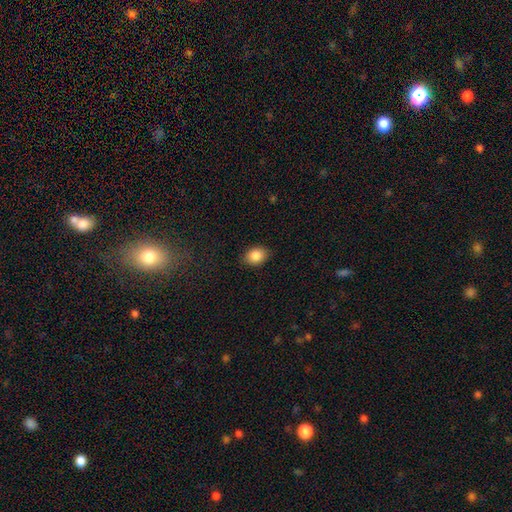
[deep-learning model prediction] A smooth galaxy with no disk features (86%) that is in between round and cigar-shaped (67%). Merging: none (86%).